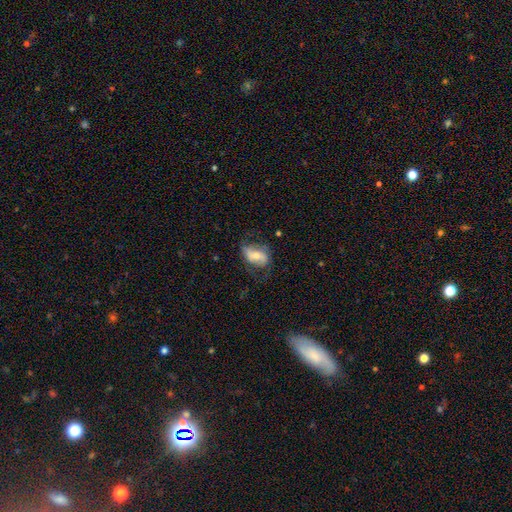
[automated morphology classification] smooth-or-featured: featured or disk: 52% | smooth: 40% | star or artifact: 8%
  disk-edge-on: no: 94% | yes: 6%
  merging: none: 56% | minor disturbance: 25% | major disturbance: 17% | merger: 2%